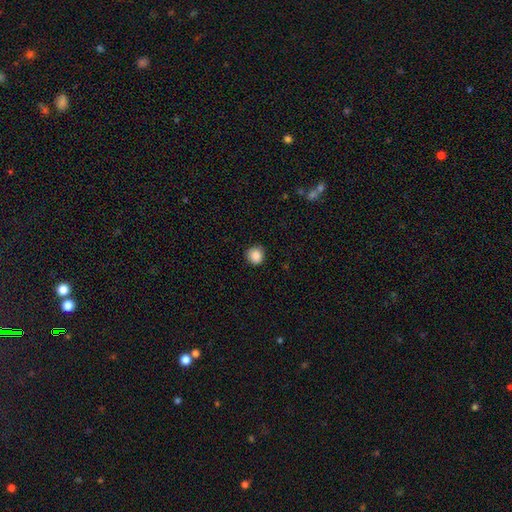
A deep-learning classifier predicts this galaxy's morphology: smooth_or_featured: smooth (p=0.87) [alt: star or artifact p=0.09]
how_rounded: round (p=0.91) [alt: in between p=0.08]
merging: none (p=0.87) [alt: minor disturbance p=0.10]